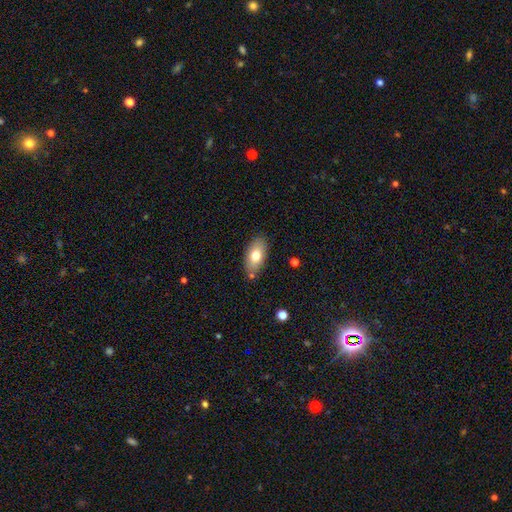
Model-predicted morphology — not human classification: type=smooth (74%); roundness=in between (91%); merging=none (80%).